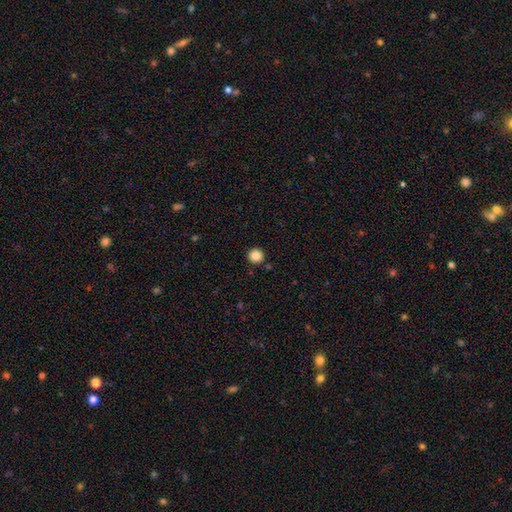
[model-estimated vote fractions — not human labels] A smooth galaxy with no disk features (86%) that is round (94%). Merging: none (91%).